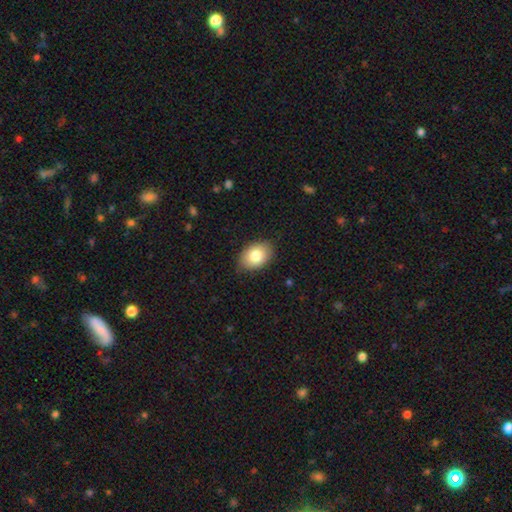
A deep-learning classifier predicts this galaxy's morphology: smooth 81%, featured or disk 11%, star or artifact 7%. Down the decision tree: how rounded — in between (83%); merging — none (84%).